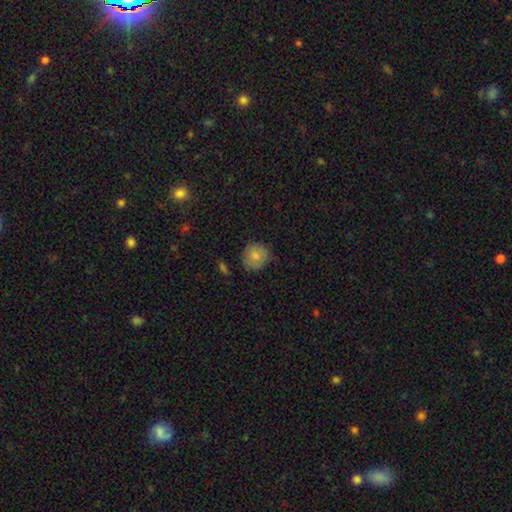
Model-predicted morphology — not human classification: The model was most divided on "merging": none: 75%, minor disturbance: 20%, major disturbance: 3%, merger: 2%. More confident: how rounded — round (87%); smooth or featured — smooth (83%).